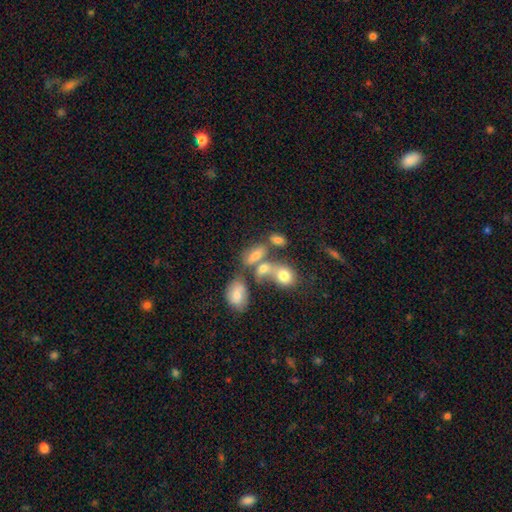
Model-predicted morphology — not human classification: smooth_or_featured: smooth (p=0.63) [alt: featured or disk p=0.22]
how_rounded: in between (p=0.75) [alt: cigar-shaped p=0.13]
merging: merger (p=0.41) [alt: none p=0.36]